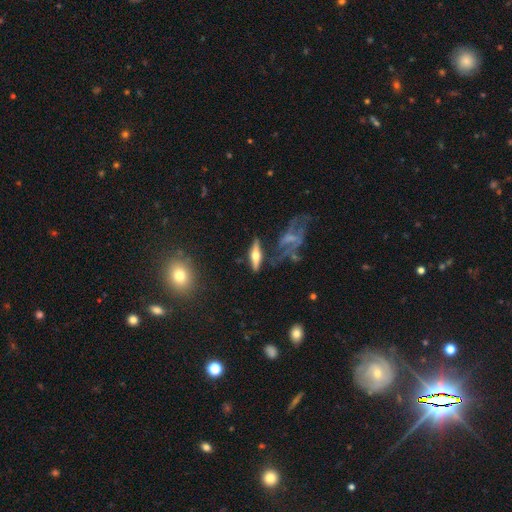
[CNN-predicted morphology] Smooth or featured? featured or disk (62%)
Edge-on disk? yes (90%)
Edge-on bulge? rounded (93%)
Merging? none (68%)